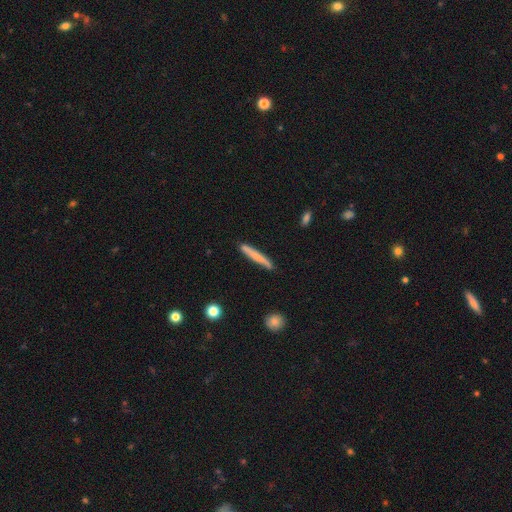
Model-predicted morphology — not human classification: Smooth or featured: smooth — 68% (featured or disk — 27%)
How rounded: cigar-shaped — 96% (in between — 3%)
Merging: none — 86% (minor disturbance — 10%)